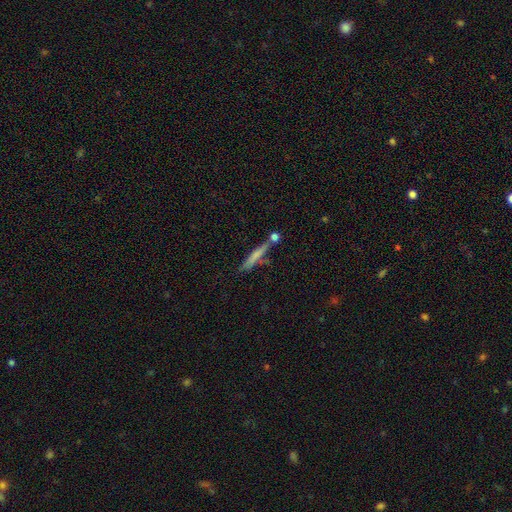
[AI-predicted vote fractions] A smooth galaxy with no disk features (59%) that is cigar-shaped (92%).

Vote fractions:
- Smooth or featured? smooth: 59% / featured or disk: 33% / star or artifact: 8%
- How rounded? cigar-shaped: 92% / in between: 6% / round: 2%
- Merging? none: 64% / merger: 17% / minor disturbance: 15% / major disturbance: 5%